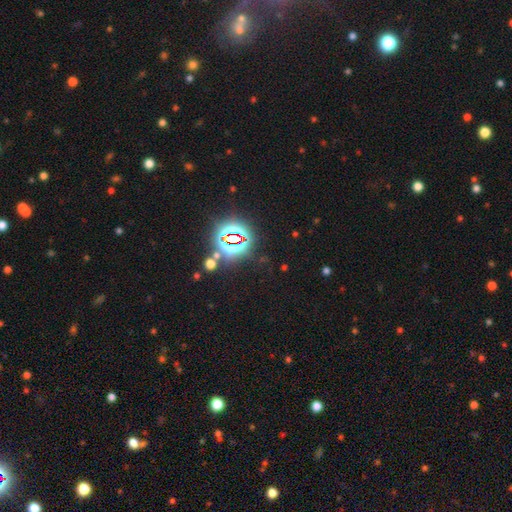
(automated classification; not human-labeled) A star or artifact, not a galaxy (84%).